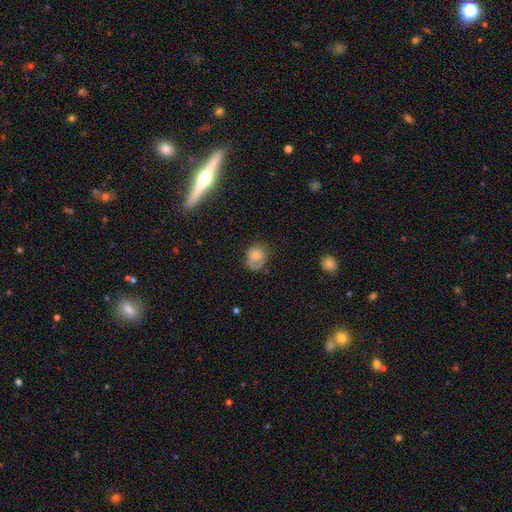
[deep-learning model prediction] This is likely a smooth galaxy (70%). How rounded: possibly round (52%). Merging: possibly none (53%).